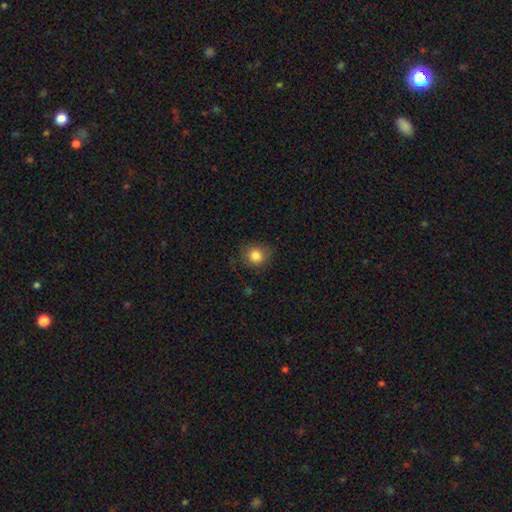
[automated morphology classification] The model was most divided on "merging": none: 81%, minor disturbance: 14%, major disturbance: 4%, merger: 1%. More confident: how rounded — round (85%); smooth or featured — smooth (84%).